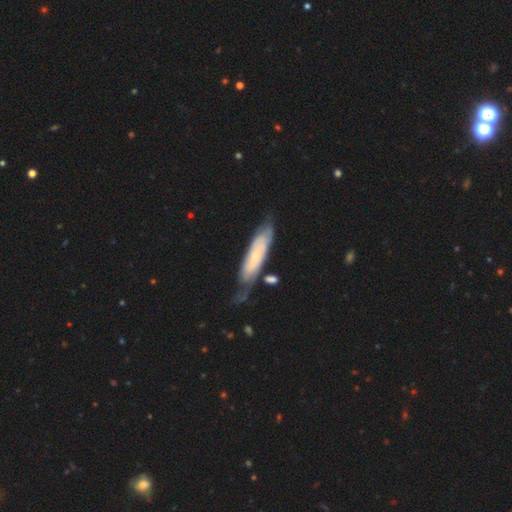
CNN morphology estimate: Q: Smooth or featured?
A: featured or disk (57%); runner-up: smooth (38%)
Q: Edge-on disk?
A: no (71%); runner-up: yes (29%)
Q: Merging?
A: none (54%); runner-up: minor disturbance (27%)